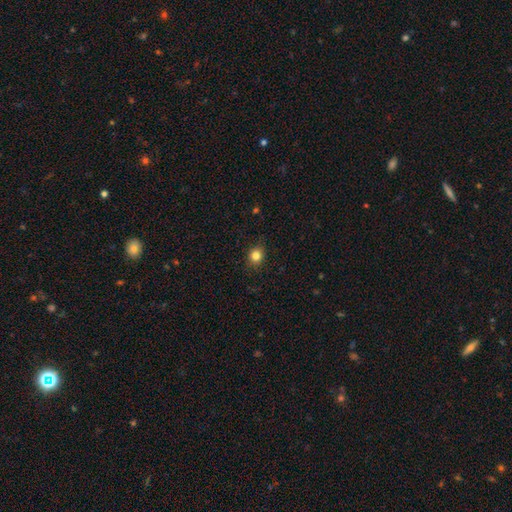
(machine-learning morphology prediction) Smooth or featured? smooth (82%)
How rounded? round (77%)
Merging? none (88%)